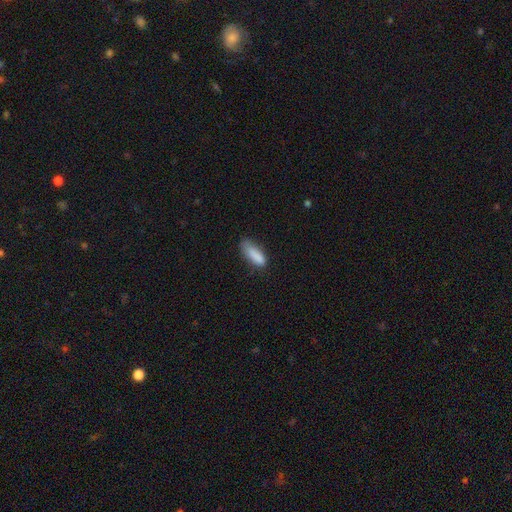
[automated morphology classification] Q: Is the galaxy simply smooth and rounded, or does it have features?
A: smooth — 85%.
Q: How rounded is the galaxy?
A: in between — 64%.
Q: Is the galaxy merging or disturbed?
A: none — 51%.